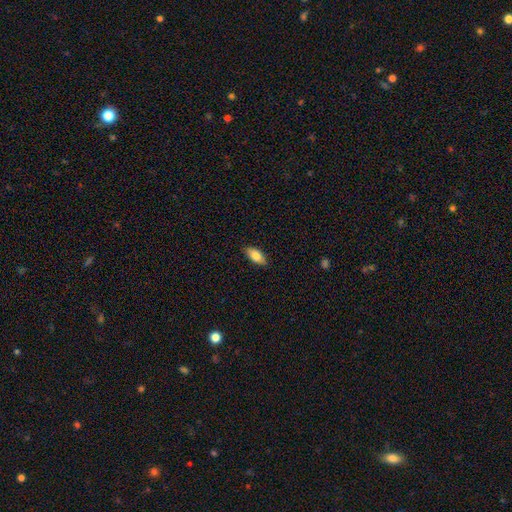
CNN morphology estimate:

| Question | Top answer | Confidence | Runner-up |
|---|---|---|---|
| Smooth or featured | smooth | 81% | featured or disk (12%) |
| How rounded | in between | 86% | cigar-shaped (12%) |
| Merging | none | 86% | minor disturbance (11%) |